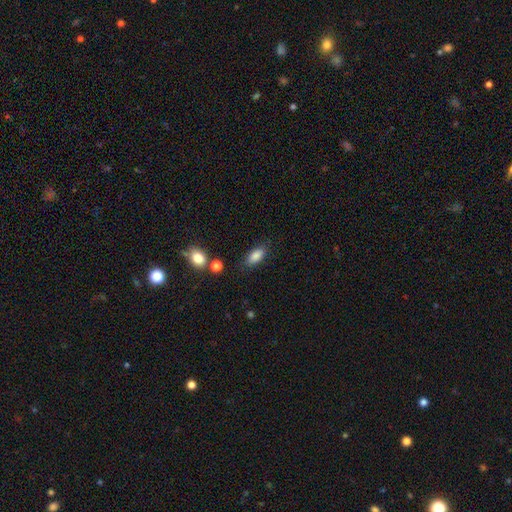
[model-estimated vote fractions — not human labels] smooth_or_featured: smooth (p=0.86) [alt: star or artifact p=0.08]
how_rounded: in between (p=0.86) [alt: cigar-shaped p=0.10]
merging: none (p=0.82) [alt: minor disturbance p=0.12]